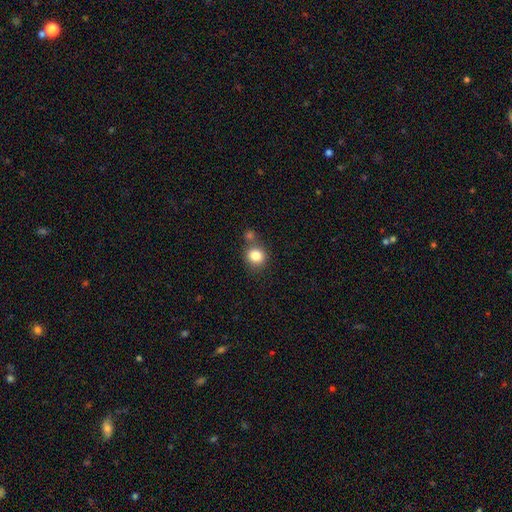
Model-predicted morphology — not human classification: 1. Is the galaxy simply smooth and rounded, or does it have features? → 84% smooth, 10% star or artifact, 6% featured or disk.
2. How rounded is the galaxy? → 85% round, 14% in between, 1% cigar-shaped.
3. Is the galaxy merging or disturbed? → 65% none, 21% merger, 11% minor disturbance, 3% major disturbance.